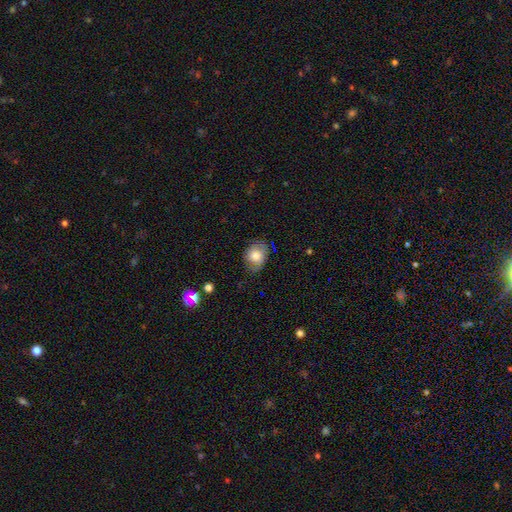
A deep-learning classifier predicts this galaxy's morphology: A smooth galaxy with no disk features (74%) that is in between round and cigar-shaped (58%).

Vote fractions:
- Smooth or featured? smooth: 74% / featured or disk: 17% / star or artifact: 9%
- How rounded? in between: 58% / round: 41% / cigar-shaped: 1%
- Merging? none: 69% / minor disturbance: 24% / major disturbance: 6% / merger: 1%